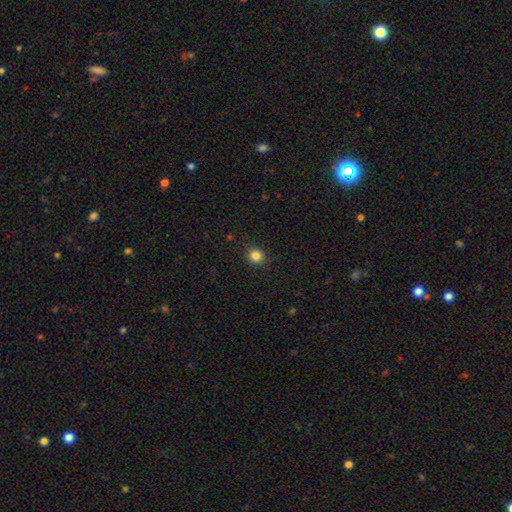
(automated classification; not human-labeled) A smooth galaxy with no disk features (84%) that is round (89%). Merging: none (90%).